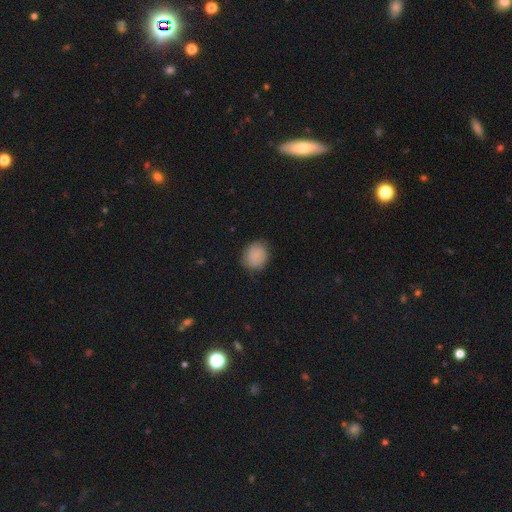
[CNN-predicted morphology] This is clearly a smooth galaxy (84%). How rounded: likely round (69%). Merging: likely none (78%).